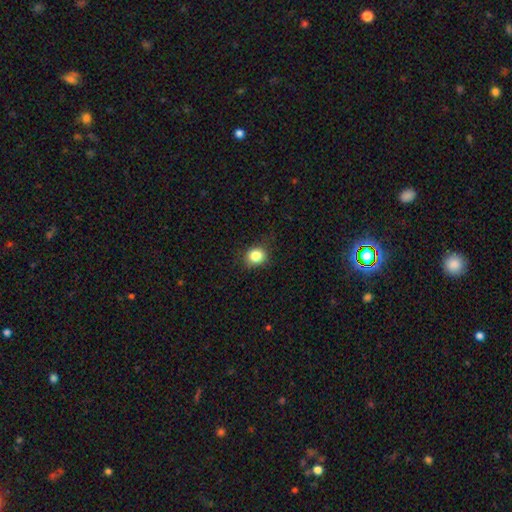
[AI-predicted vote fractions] smooth 83%, star or artifact 11%, featured or disk 6%. Down the decision tree: how rounded — round (77%); merging — none (84%).